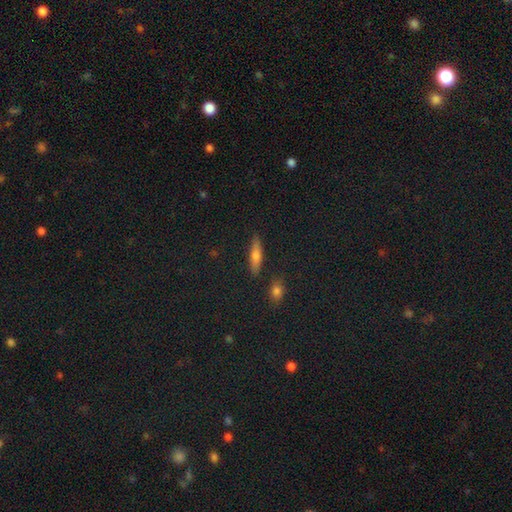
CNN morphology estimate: smooth 55%, featured or disk 34%, star or artifact 11%. Down the decision tree: how rounded — cigar-shaped (66%); merging — none (86%).